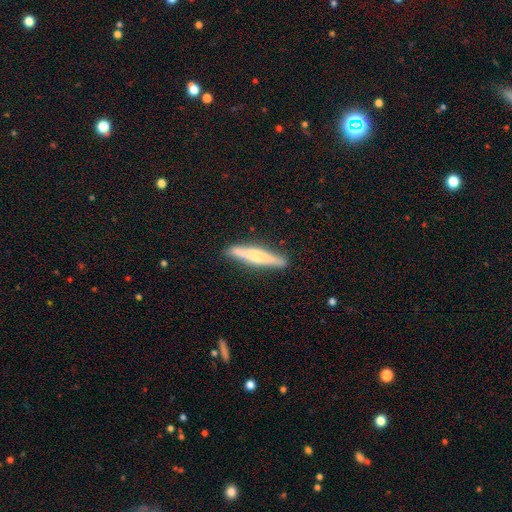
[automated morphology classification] Smooth or featured?
  - featured or disk: 55% *
  - smooth: 39%
  - star or artifact: 6%
Edge-on disk?
  - yes: 96% *
  - no: 4%
Edge-on bulge?
  - rounded: 70% *
  - boxy: 15%
  - none: 15%
Merging?
  - none: 89% *
  - minor disturbance: 8%
  - major disturbance: 2%
  - merger: 1%